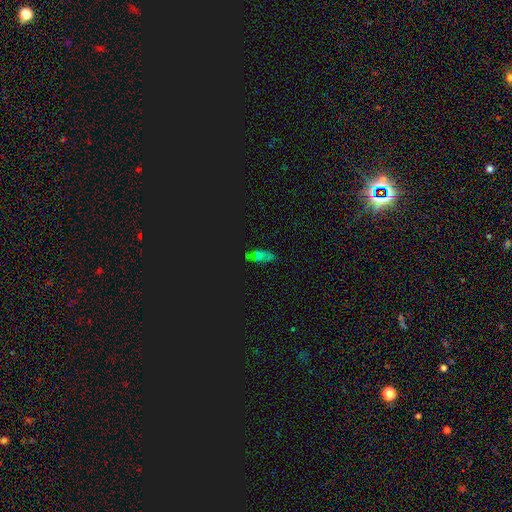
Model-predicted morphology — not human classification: smooth_or_featured: star or artifact (p=0.44) [alt: smooth p=0.40]